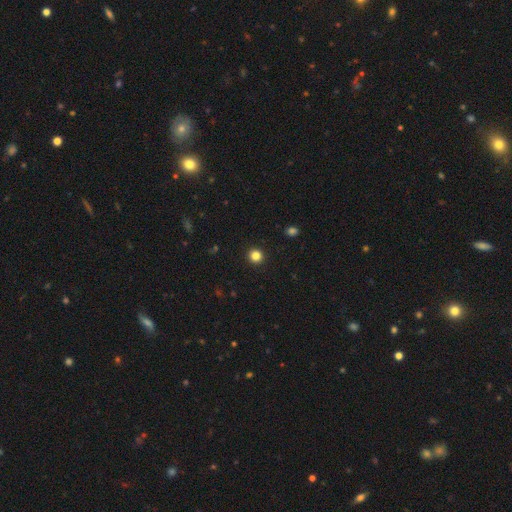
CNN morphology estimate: This appears to be a smooth galaxy with no disk features (84%) that is round (95%). Merging: none (93%).